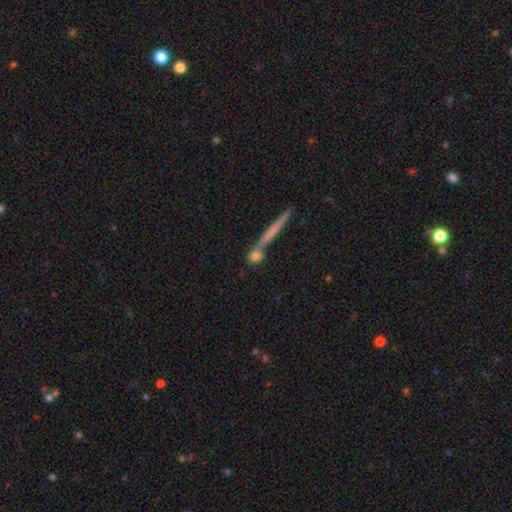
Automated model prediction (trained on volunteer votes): Smooth or featured? smooth (69%)
How rounded? round (50%)
Merging? none (61%)